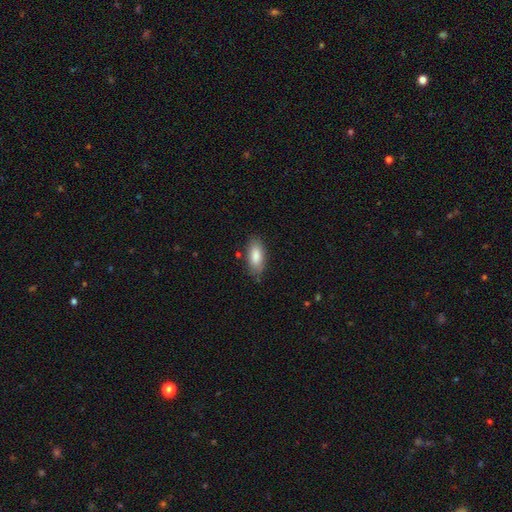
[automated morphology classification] smooth-or-featured: smooth: 85% | featured or disk: 9% | star or artifact: 7%
  how-rounded: in between: 85% | cigar-shaped: 13% | round: 2%
  merging: none: 82% | minor disturbance: 14% | major disturbance: 3% | merger: 2%